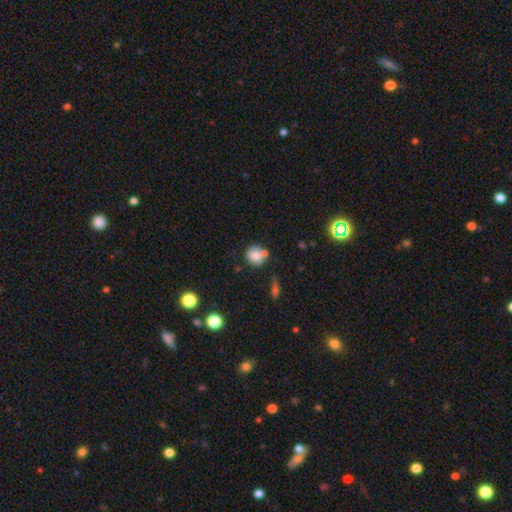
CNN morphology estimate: Smooth or featured? smooth (77%)
How rounded? round (83%)
Merging? none (60%)